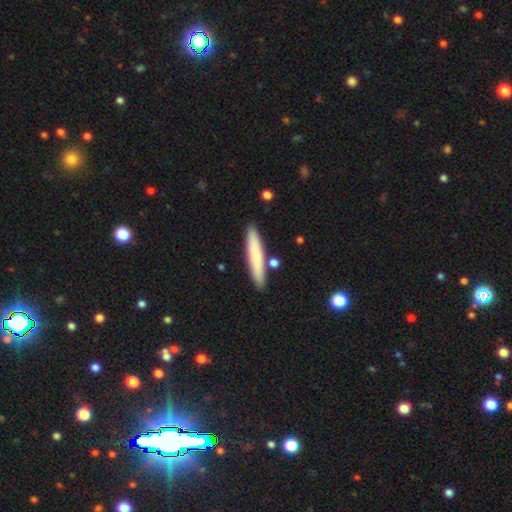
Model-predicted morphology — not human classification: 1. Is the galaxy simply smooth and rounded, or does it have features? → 75% smooth, 20% featured or disk, 6% star or artifact.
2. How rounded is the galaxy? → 92% cigar-shaped, 7% in between, 1% round.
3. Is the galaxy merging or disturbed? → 86% none, 8% minor disturbance, 4% merger, 2% major disturbance.